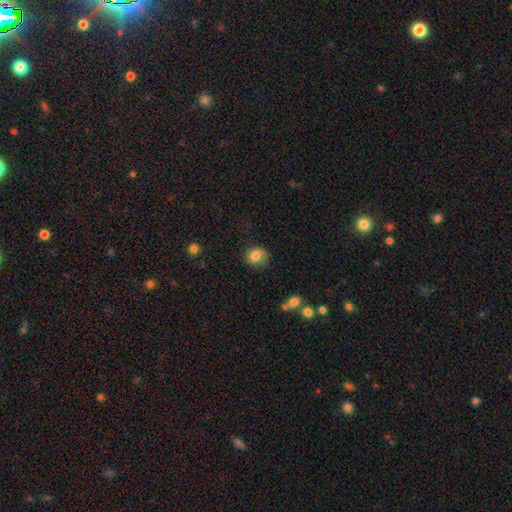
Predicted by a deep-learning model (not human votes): A smooth galaxy with no disk features (79%) that is round (68%). Merging: none (59%).